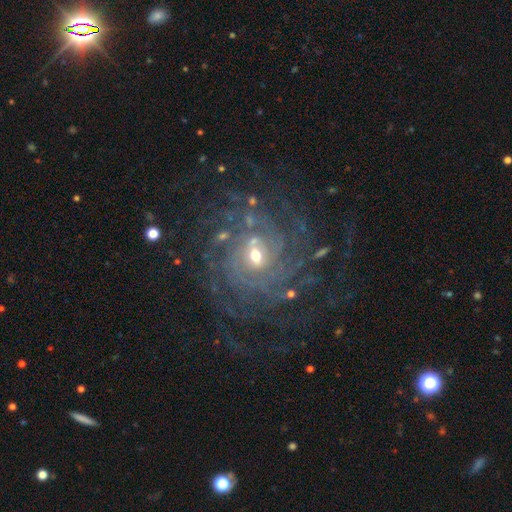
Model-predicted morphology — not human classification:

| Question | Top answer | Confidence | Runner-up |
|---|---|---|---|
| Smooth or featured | featured or disk | 89% | star or artifact (7%) |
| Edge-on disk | no | 98% | yes (2%) |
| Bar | no | 49% | weak (38%) |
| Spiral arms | yes | 97% | no (3%) |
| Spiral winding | tight | 67% | medium (25%) |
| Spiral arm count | more than 4 | 26% | can't tell (24%) |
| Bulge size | small | 50% | moderate (45%) |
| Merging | none | 74% | minor disturbance (14%) |